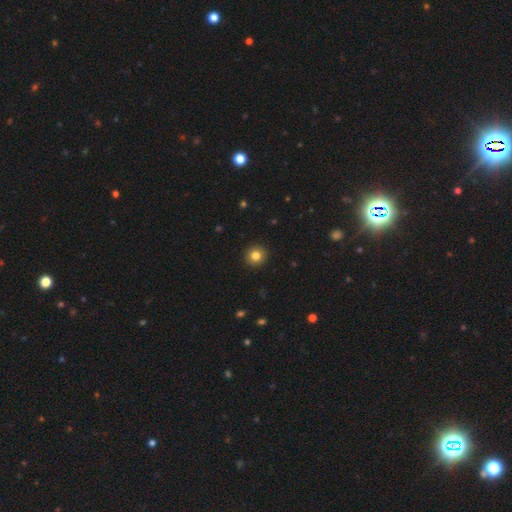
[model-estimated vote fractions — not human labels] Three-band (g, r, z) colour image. It shows a smooth galaxy with no disk features (83%) that is round (94%). Merging: none (93%).